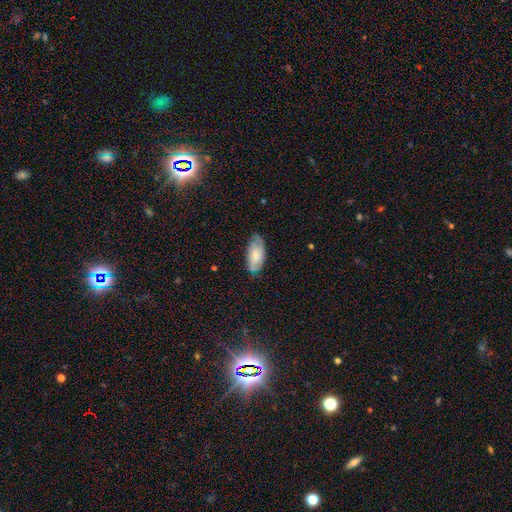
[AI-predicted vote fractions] Overall: smooth (67%). How rounded: in between (90%). Merging: none (68%).